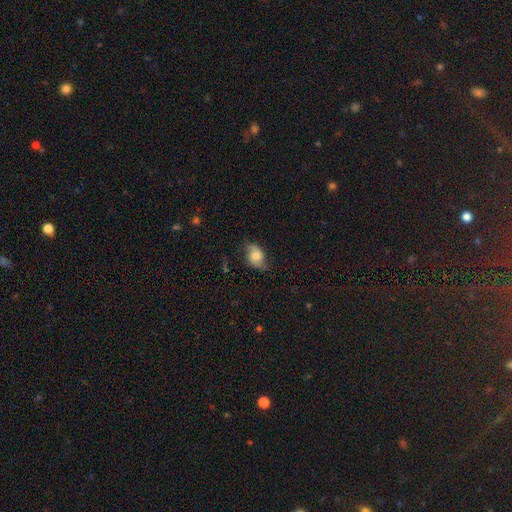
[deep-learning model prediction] Smooth or featured: smooth — 57% (featured or disk — 34%)
How rounded: in between — 74% (round — 24%)
Merging: none — 64% (minor disturbance — 26%)